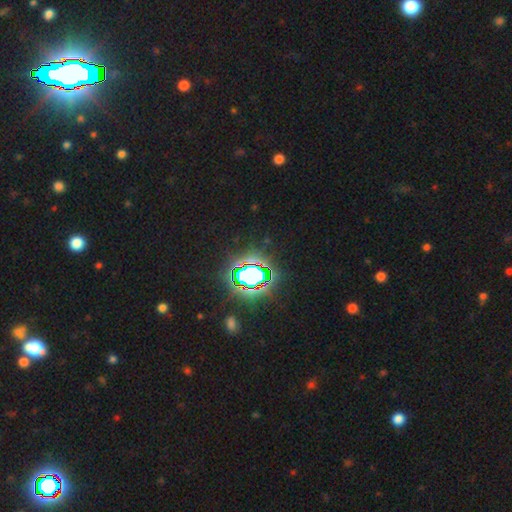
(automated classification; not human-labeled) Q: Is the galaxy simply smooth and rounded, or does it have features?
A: star or artifact — 82%.